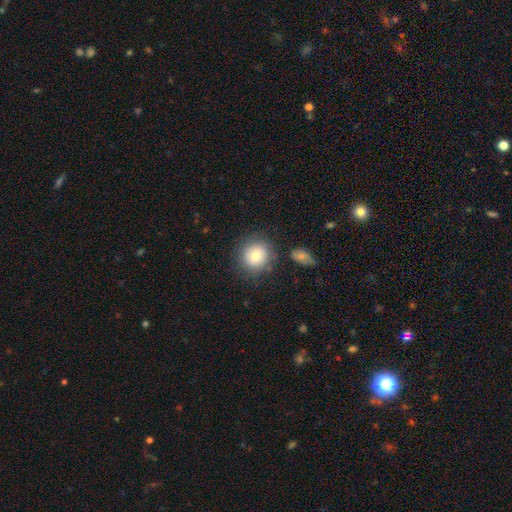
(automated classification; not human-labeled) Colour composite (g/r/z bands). It shows a smooth galaxy with no disk features (79%) that is round (86%). Merging: none (79%).